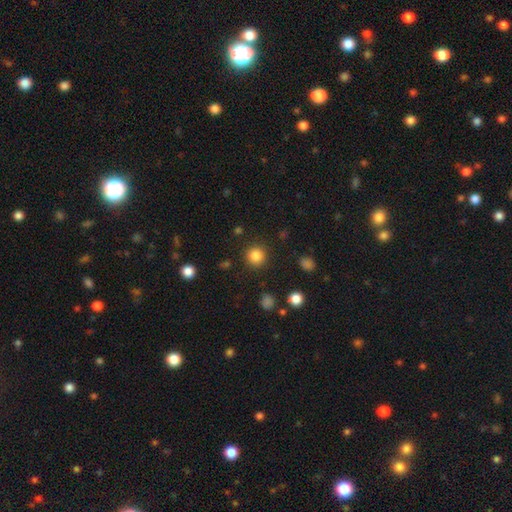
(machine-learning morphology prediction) The model was most divided on "smooth or featured": smooth: 84%, star or artifact: 11%, featured or disk: 4%. More confident: how rounded — round (94%); merging — none (90%).